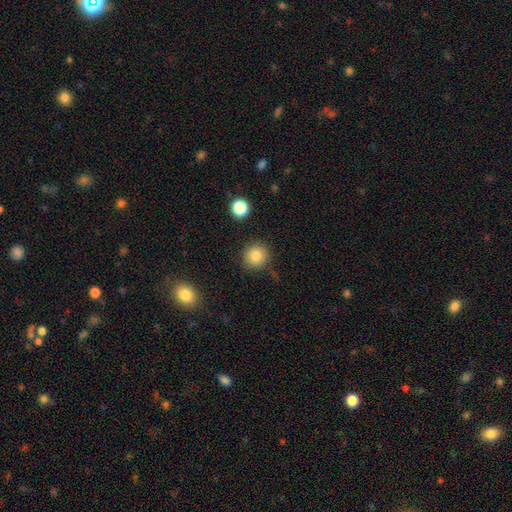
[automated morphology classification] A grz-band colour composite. It shows a smooth galaxy with no disk features (85%) that is round (91%). Merging: none (84%).